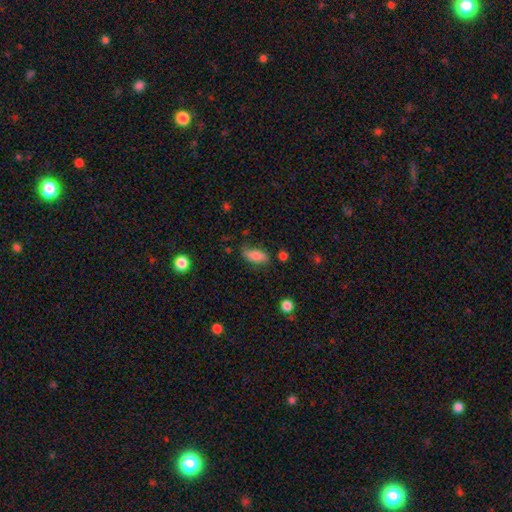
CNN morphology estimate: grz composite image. It shows a smooth galaxy with no disk features (71%) that is in between round and cigar-shaped (85%). Merging: none (63%).